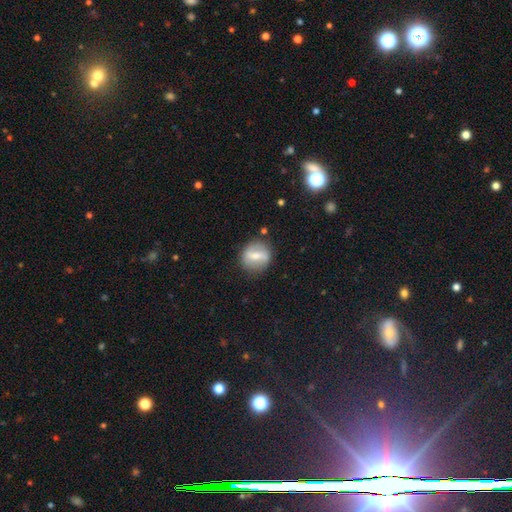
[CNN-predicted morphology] type=smooth (46%, tied with featured or disk); merging=none (80%).